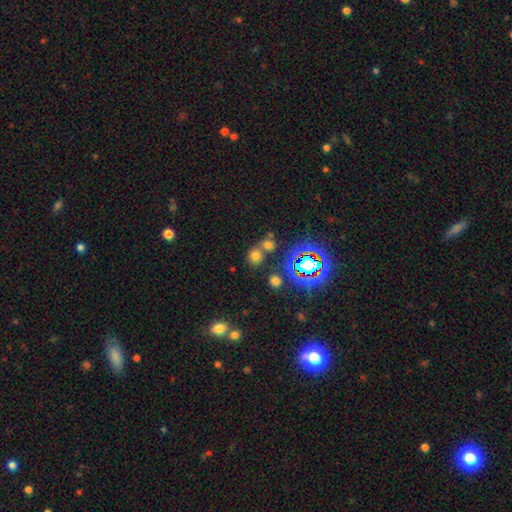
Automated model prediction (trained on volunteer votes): smooth-or-featured: smooth: 64% | star or artifact: 27% | featured or disk: 9%
  how-rounded: round: 80% | in between: 19% | cigar-shaped: 1%
  merging: none: 58% | merger: 31% | minor disturbance: 8% | major disturbance: 4%